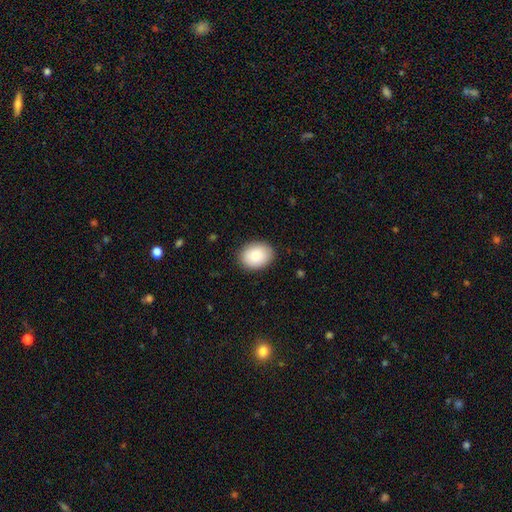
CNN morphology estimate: Smooth or featured? Predicted: smooth (p=0.87). How rounded? Predicted: in between (p=0.66). Merging? Predicted: none (p=0.88).